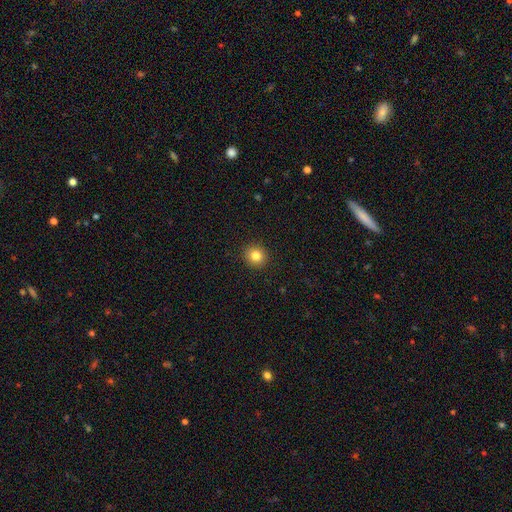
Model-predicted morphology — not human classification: Smooth or featured: smooth — 83% (star or artifact — 11%)
How rounded: round — 90% (in between — 9%)
Merging: none — 92% (minor disturbance — 5%)